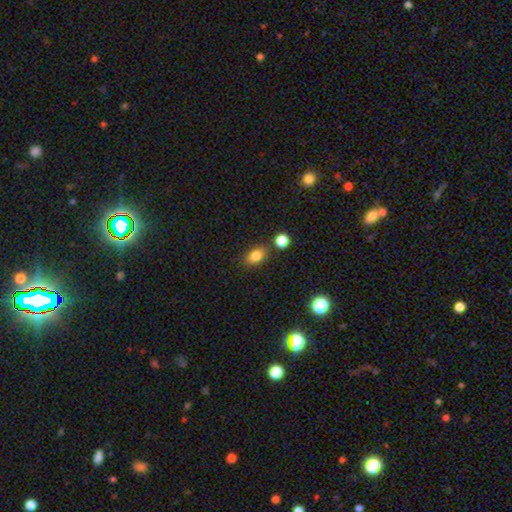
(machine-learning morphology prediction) Smooth or featured? smooth (83%)
How rounded? in between (79%)
Merging? none (77%)